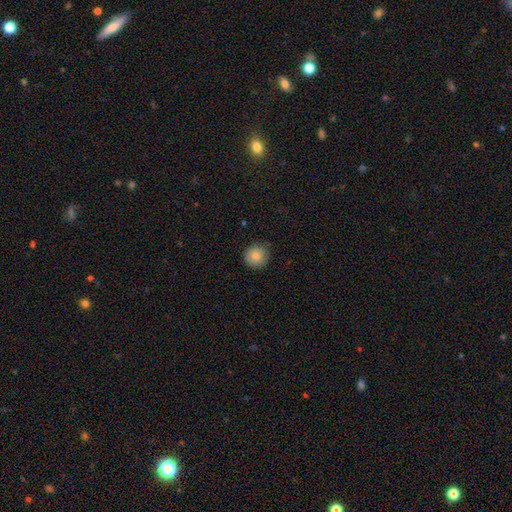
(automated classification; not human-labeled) This is clearly a smooth galaxy (83%). How rounded: clearly round (94%). Merging: clearly none (87%).